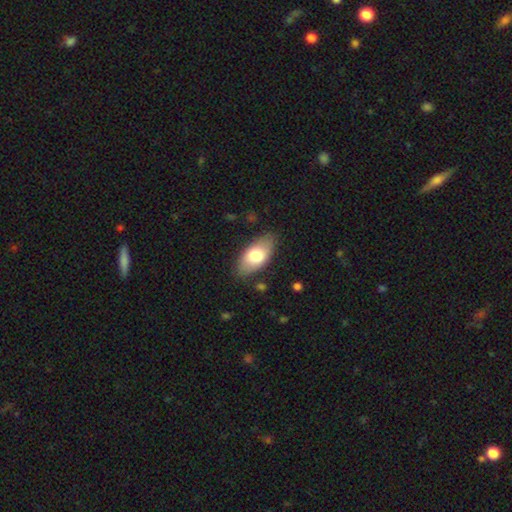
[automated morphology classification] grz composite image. It shows a smooth galaxy with no disk features (73%) that is in between round and cigar-shaped (93%). Merging: none (81%).